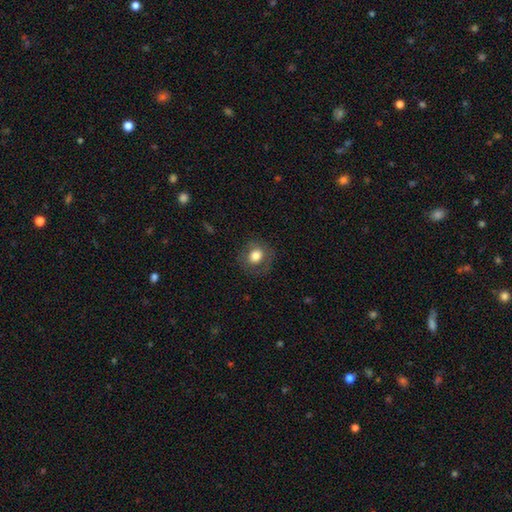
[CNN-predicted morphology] A smooth galaxy with no disk features (75%) that is round (74%).

Vote fractions:
- Smooth or featured? smooth: 75% / featured or disk: 16% / star or artifact: 9%
- How rounded? round: 74% / in between: 25% / cigar-shaped: 1%
- Merging? none: 81% / minor disturbance: 12% / major disturbance: 6% / merger: 1%